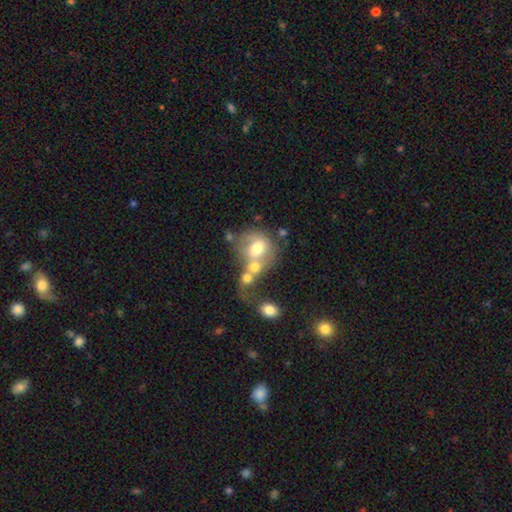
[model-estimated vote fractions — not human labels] smooth-or-featured: smooth: 52% | featured or disk: 33% | star or artifact: 15%
  how-rounded: round: 65% | in between: 33% | cigar-shaped: 1%
  merging: merger: 55% | none: 24% | major disturbance: 11% | minor disturbance: 10%